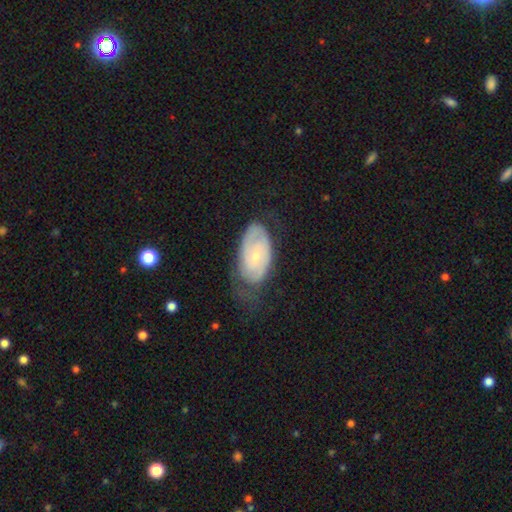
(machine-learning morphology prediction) smooth_or_featured: featured or disk (p=0.72) [alt: smooth p=0.22]
disk_edge_on: no (p=0.95) [alt: yes p=0.05]
bar: no (p=0.65) [alt: weak p=0.29]
has_spiral_arms: yes (p=0.87) [alt: no p=0.13]
spiral_winding: tight (p=0.63) [alt: medium p=0.28]
spiral_arm_count: 2 (p=0.52) [alt: can't tell p=0.33]
bulge_size: small (p=0.71) [alt: moderate p=0.25]
merging: none (p=0.55) [alt: minor disturbance p=0.29]